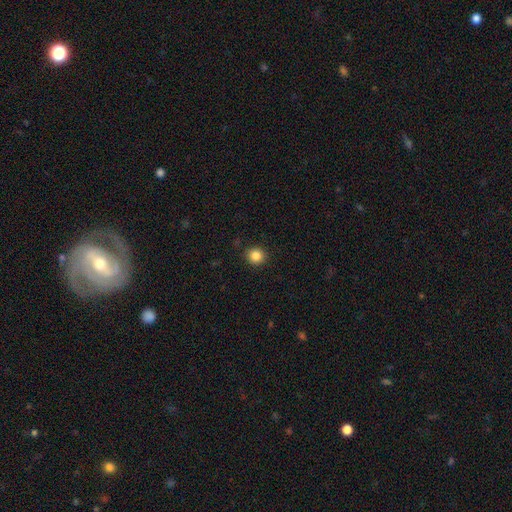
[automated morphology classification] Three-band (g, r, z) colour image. It shows a smooth galaxy with no disk features (85%) that is round (91%). Merging: none (91%).